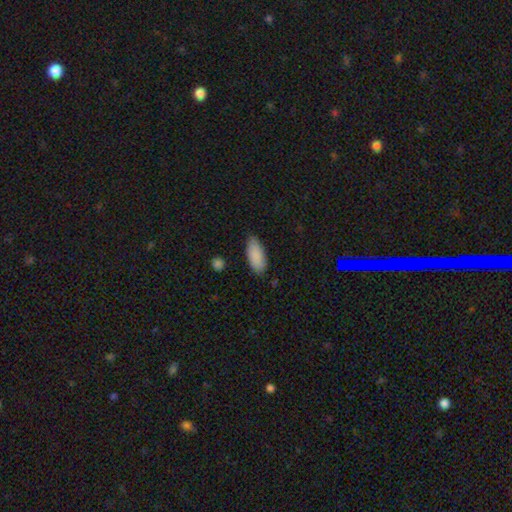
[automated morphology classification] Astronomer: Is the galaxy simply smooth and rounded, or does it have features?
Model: smooth — 89%.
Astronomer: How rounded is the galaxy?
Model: in between — 87%.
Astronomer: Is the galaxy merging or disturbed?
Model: none — 80%.